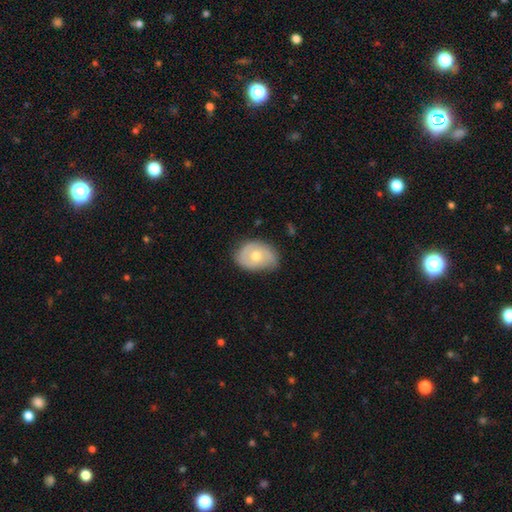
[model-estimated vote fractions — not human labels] A featured or disk galaxy (50%).

Vote fractions:
- Smooth or featured? featured or disk: 50% / smooth: 43% / star or artifact: 7%
- Merging? none: 67% / minor disturbance: 26% / major disturbance: 6% / merger: 1%